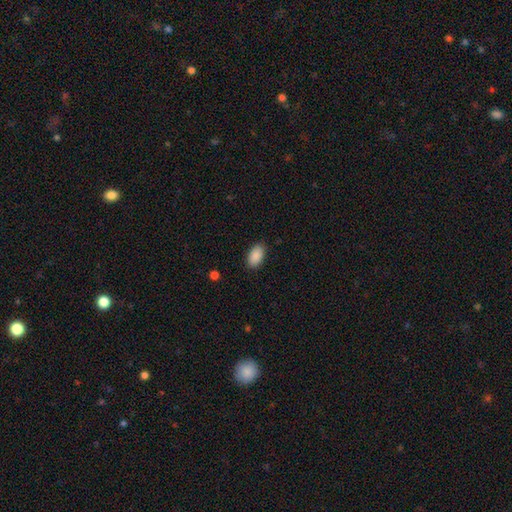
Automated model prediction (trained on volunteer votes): smooth 90%, star or artifact 7%, featured or disk 3%. Down the decision tree: how rounded — in between (94%); merging — none (88%).